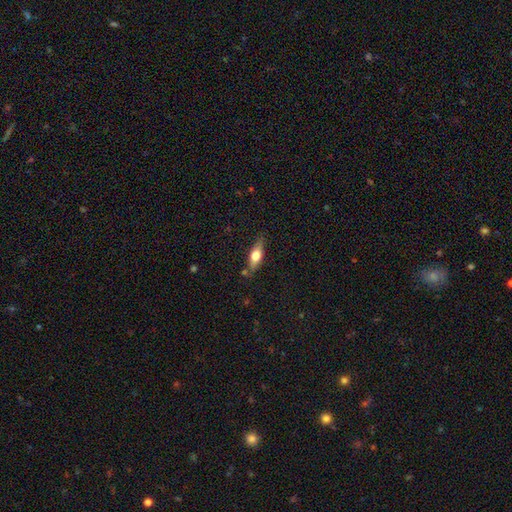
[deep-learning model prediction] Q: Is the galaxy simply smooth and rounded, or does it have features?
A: smooth — 54%.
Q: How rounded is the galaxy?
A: in between — 54%.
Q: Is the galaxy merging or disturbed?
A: none — 77%.